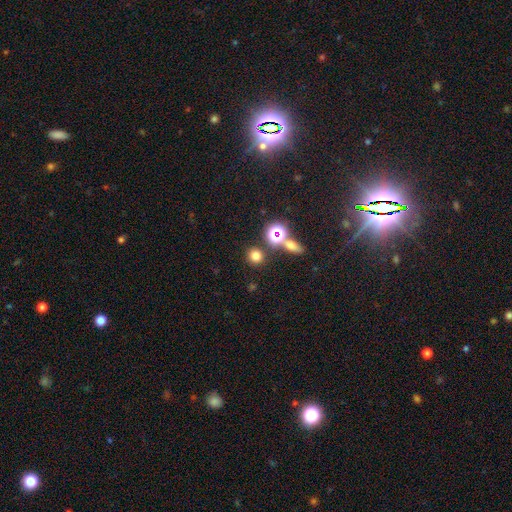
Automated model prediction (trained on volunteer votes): smooth_or_featured: smooth (p=0.72) [alt: star or artifact p=0.21]
how_rounded: round (p=0.89) [alt: in between p=0.10]
merging: none (p=0.83) [alt: merger p=0.07]